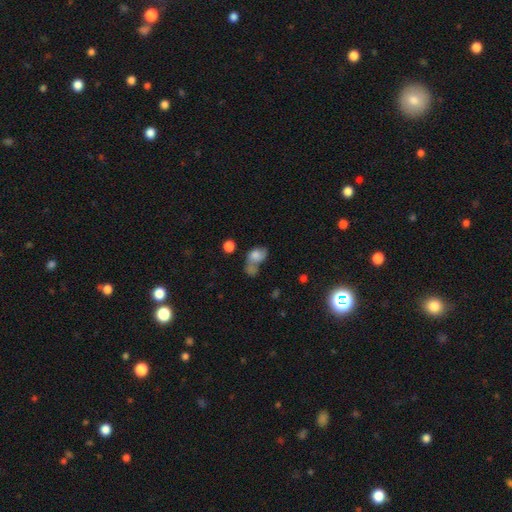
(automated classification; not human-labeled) This appears to be a smooth galaxy with no disk features (64%) that is in between round and cigar-shaped (71%). Merging: merger (47%).